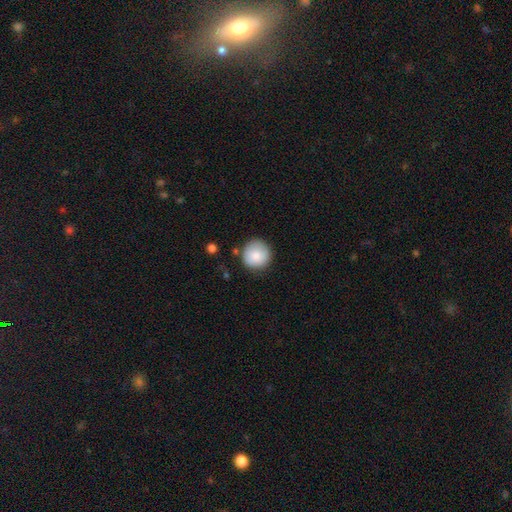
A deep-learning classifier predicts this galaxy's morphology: Smooth or featured?
  - smooth: 84% *
  - featured or disk: 9%
  - star or artifact: 7%
How rounded?
  - round: 95% *
  - in between: 4%
  - cigar-shaped: 1%
Merging?
  - none: 84% *
  - minor disturbance: 11%
  - major disturbance: 3%
  - merger: 2%